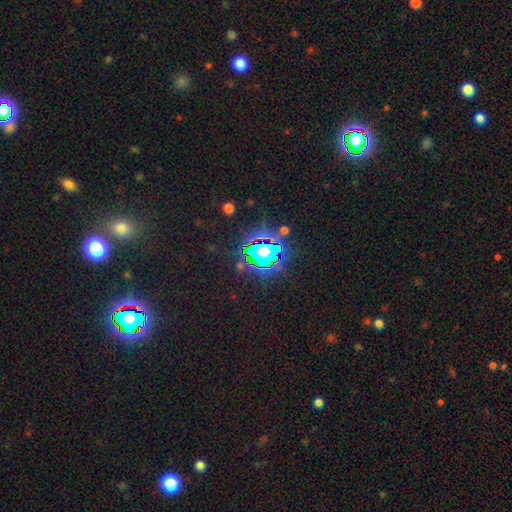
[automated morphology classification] smooth-or-featured: star or artifact: 80% | smooth: 12% | featured or disk: 8%